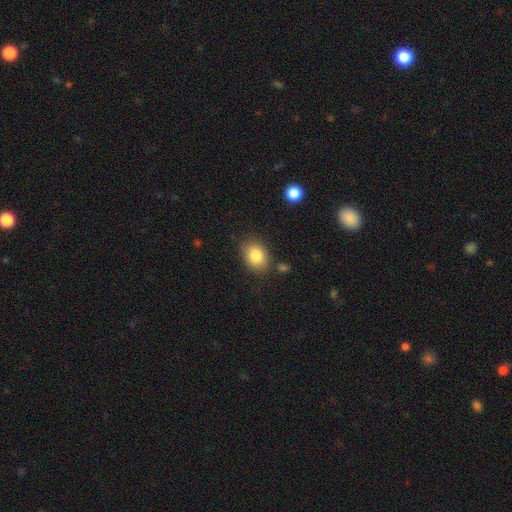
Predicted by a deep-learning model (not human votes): Overall: smooth (84%). How rounded: in between (67%; round 32%). Merging: none (78%).